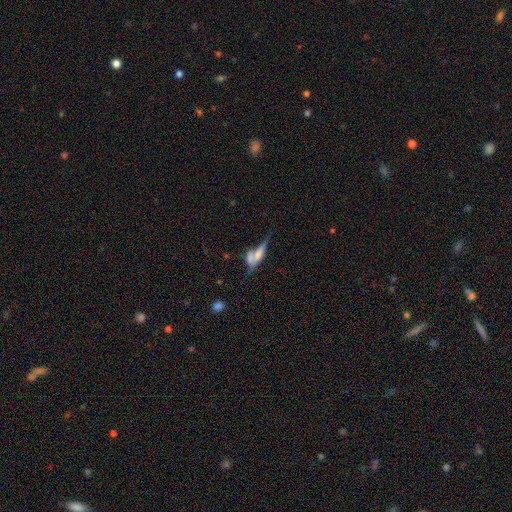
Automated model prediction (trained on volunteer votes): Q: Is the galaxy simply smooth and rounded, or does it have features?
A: smooth — 49%.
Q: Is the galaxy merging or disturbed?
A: merger — 46%.